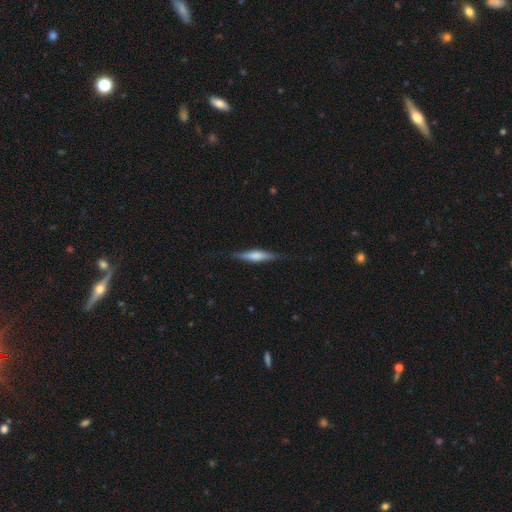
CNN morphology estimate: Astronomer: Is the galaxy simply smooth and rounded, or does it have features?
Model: featured or disk — 52% (runner-up: smooth, 41%).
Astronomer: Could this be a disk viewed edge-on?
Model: yes — 96%.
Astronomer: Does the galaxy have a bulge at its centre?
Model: rounded — 61%.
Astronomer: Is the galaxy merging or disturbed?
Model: none — 84%.